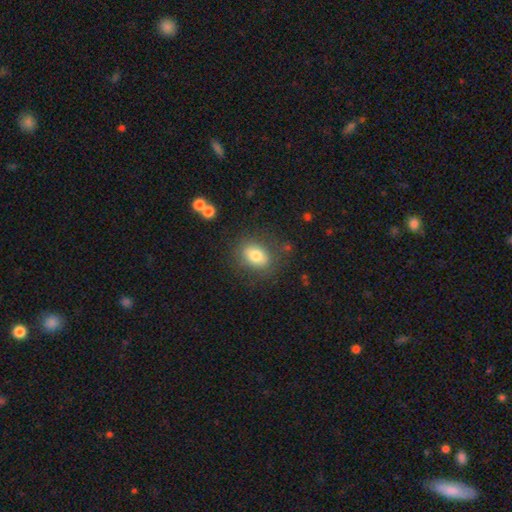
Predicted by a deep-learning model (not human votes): A smooth galaxy with no disk features (77%) that is in between round and cigar-shaped (71%).

Vote fractions:
- Smooth or featured? smooth: 77% / featured or disk: 14% / star or artifact: 9%
- How rounded? in between: 71% / round: 28% / cigar-shaped: 2%
- Merging? none: 79% / minor disturbance: 13% / major disturbance: 5% / merger: 2%